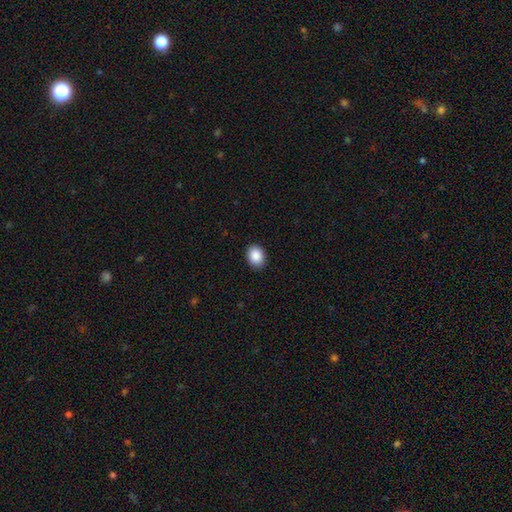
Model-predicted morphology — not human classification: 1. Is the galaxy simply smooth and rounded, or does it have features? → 89% smooth, 8% star or artifact, 3% featured or disk.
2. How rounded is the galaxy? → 58% in between, 41% round, 1% cigar-shaped.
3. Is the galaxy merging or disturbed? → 90% none, 7% minor disturbance, 2% major disturbance, 1% merger.